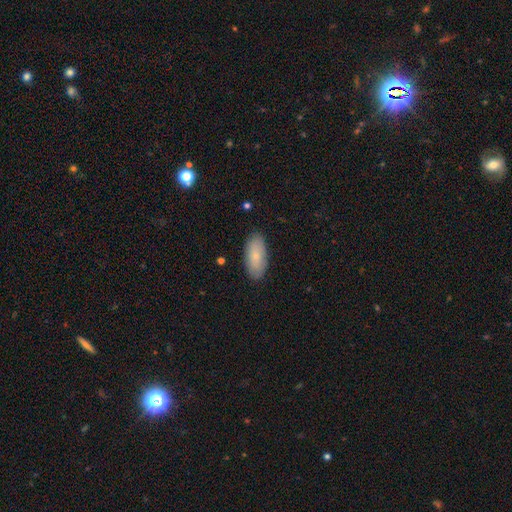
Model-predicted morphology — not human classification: smooth-or-featured: smooth: 77% | featured or disk: 17% | star or artifact: 6%
  how-rounded: in between: 91% | cigar-shaped: 7% | round: 2%
  merging: none: 86% | minor disturbance: 10% | major disturbance: 2% | merger: 1%